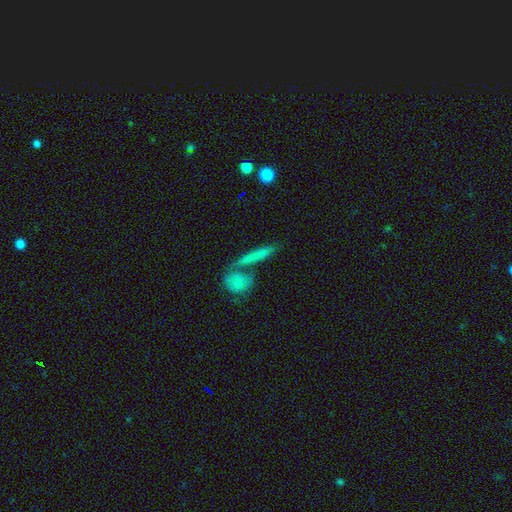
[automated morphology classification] Q: Smooth or featured?
A: smooth (66%); runner-up: featured or disk (25%)
Q: How rounded?
A: cigar-shaped (78%); runner-up: in between (14%)
Q: Merging?
A: none (60%); runner-up: merger (25%)